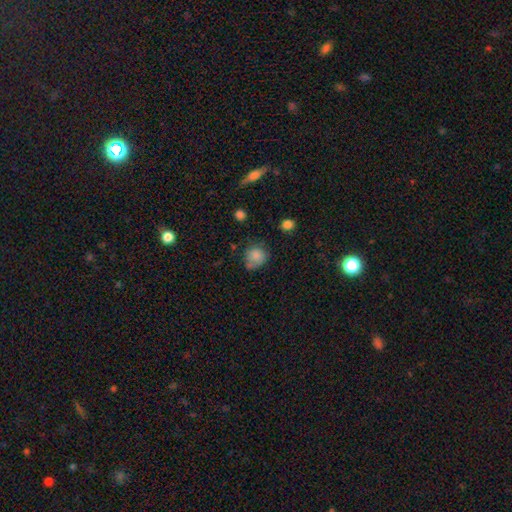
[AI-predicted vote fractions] smooth 81%, star or artifact 10%, featured or disk 9%. Down the decision tree: how rounded — round (78%); merging — none (56%).